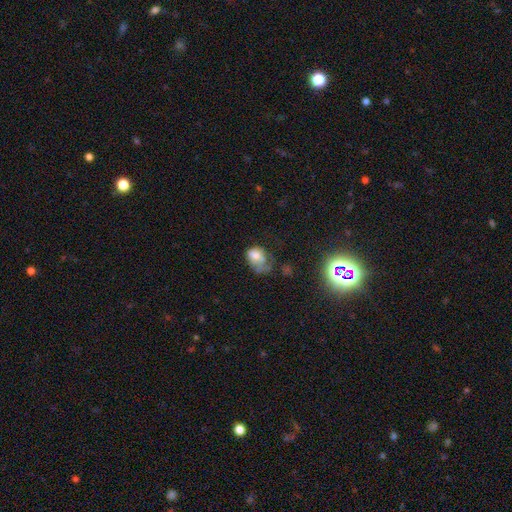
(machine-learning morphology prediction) The model was most divided on "merging": major disturbance: 45%, minor disturbance: 26%, none: 20%, merger: 8%. More confident: how rounded — in between (74%); smooth or featured — smooth (64%).